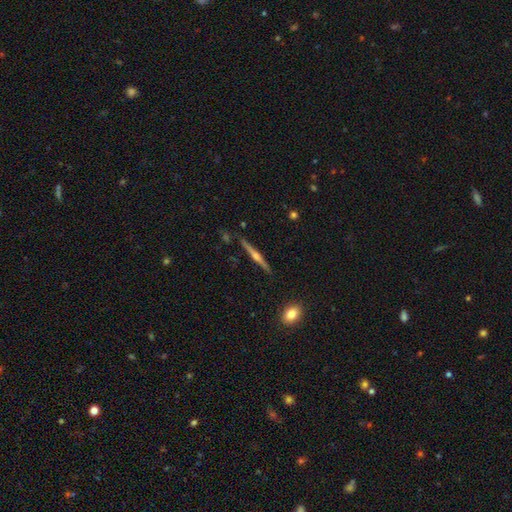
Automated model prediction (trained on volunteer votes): Smooth or featured? Predicted: featured or disk (p=0.80). Edge-on disk? Predicted: yes (p=0.98). Edge-on bulge? Predicted: rounded (p=0.86). Merging? Predicted: none (p=0.90).